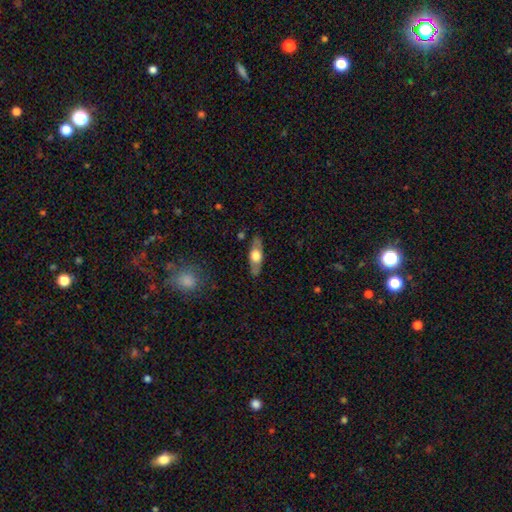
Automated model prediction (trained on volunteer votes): Q: Smooth or featured?
A: smooth (49%); runner-up: featured or disk (46%)
Q: Merging?
A: none (84%); runner-up: minor disturbance (12%)